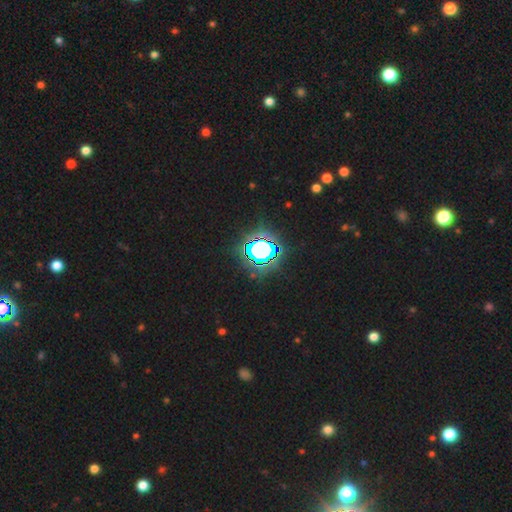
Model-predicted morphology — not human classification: Q: Smooth or featured?
A: star or artifact (81%); runner-up: smooth (13%)